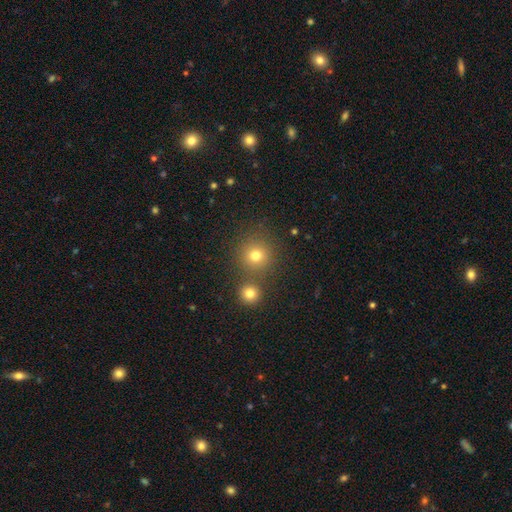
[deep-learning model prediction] Morphology: type=smooth (76%); roundness=round (92%); merging=none (76%).